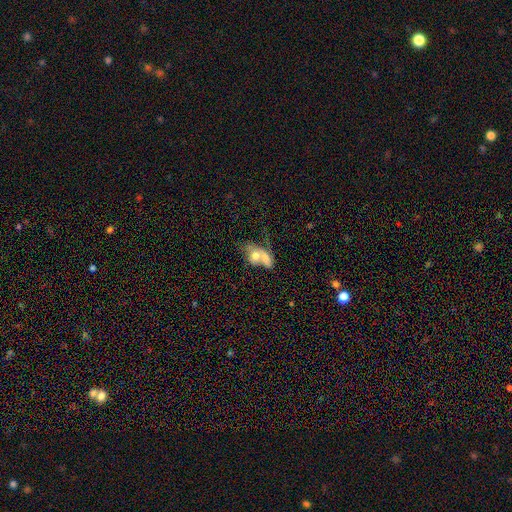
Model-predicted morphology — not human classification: Q: Smooth or featured?
A: smooth (62%); runner-up: featured or disk (29%)
Q: How rounded?
A: in between (70%); runner-up: round (26%)
Q: Merging?
A: merger (74%); runner-up: none (11%)